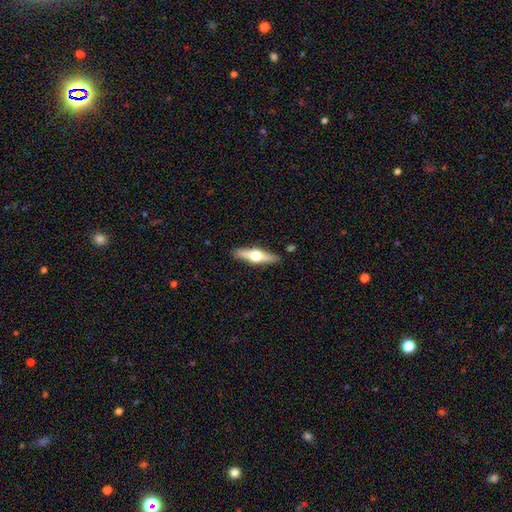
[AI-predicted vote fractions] The model was most divided on "smooth or featured": featured or disk: 60%, smooth: 35%, star or artifact: 5%. More confident: edge-on bulge — rounded (96%); edge-on disk — yes (95%); merging — none (88%).